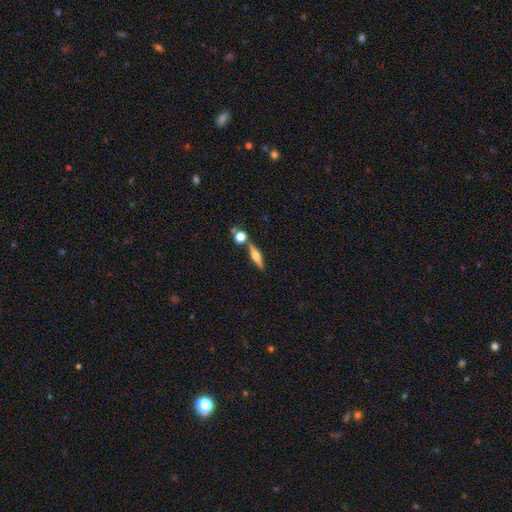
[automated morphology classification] Smooth or featured? featured or disk (59%)
Edge-on disk? yes (95%)
Edge-on bulge? rounded (92%)
Merging? none (75%)